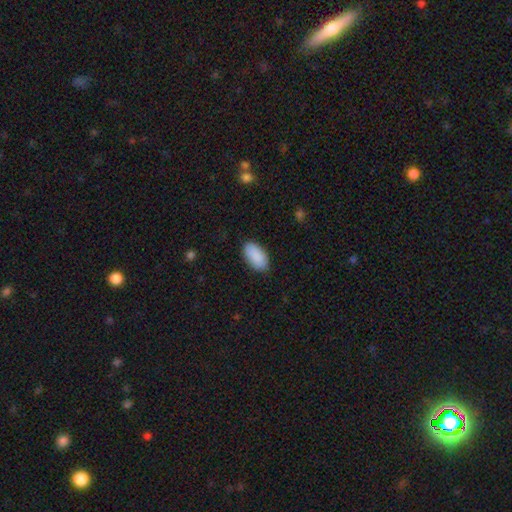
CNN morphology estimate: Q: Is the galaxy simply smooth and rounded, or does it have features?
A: smooth — 91%.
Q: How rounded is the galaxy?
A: in between — 95%.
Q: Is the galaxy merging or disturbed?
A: none — 86%.